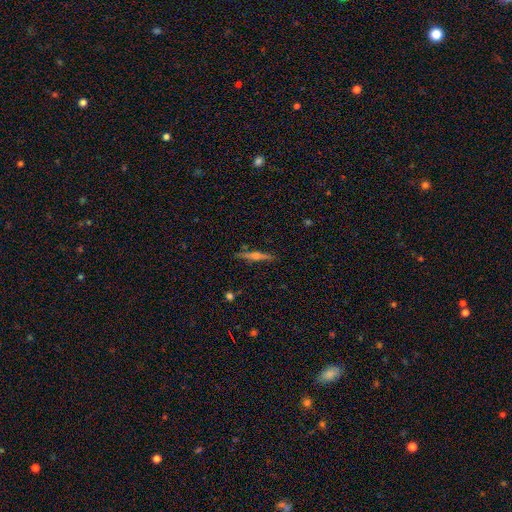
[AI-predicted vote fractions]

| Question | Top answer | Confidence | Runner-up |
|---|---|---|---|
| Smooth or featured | featured or disk | 68% | smooth (24%) |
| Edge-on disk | yes | 97% | no (3%) |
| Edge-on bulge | rounded | 82% | none (11%) |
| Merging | none | 90% | minor disturbance (7%) |